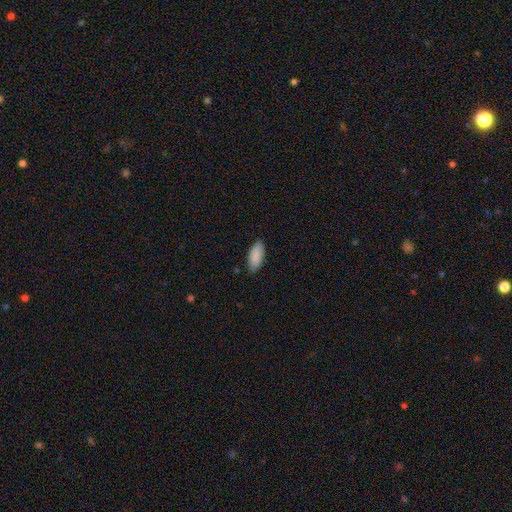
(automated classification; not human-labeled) Overall: smooth (89%). How rounded: in between (87%). Merging: none (84%).